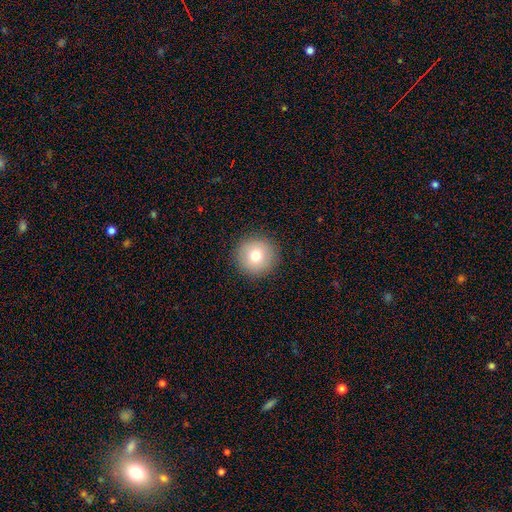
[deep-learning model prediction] Smooth or featured?
  - smooth: 75% *
  - featured or disk: 14%
  - star or artifact: 11%
How rounded?
  - round: 96% *
  - in between: 3%
  - cigar-shaped: 1%
Merging?
  - none: 92% *
  - minor disturbance: 5%
  - major disturbance: 2%
  - merger: 1%